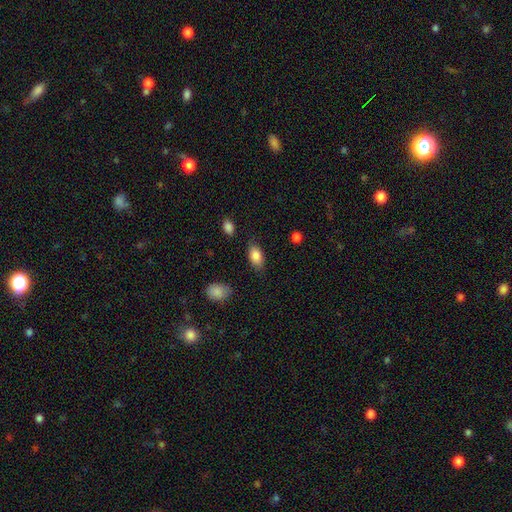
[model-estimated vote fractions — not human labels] A smooth galaxy with no disk features (85%) that is in between round and cigar-shaped (91%).

Vote fractions:
- Smooth or featured? smooth: 85% / featured or disk: 8% / star or artifact: 7%
- How rounded? in between: 91% / round: 5% / cigar-shaped: 4%
- Merging? none: 78% / minor disturbance: 16% / major disturbance: 4% / merger: 2%